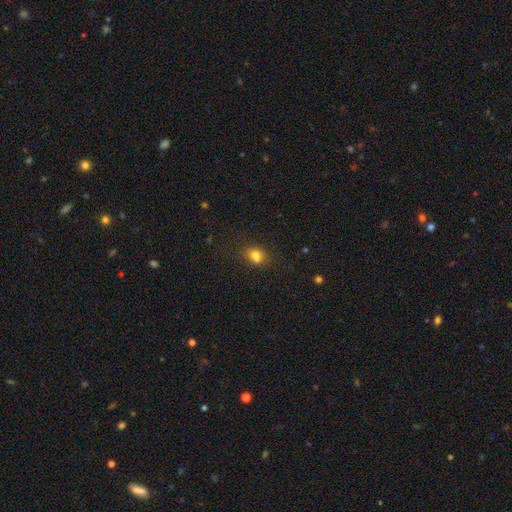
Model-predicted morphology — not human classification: This is likely a smooth galaxy (76%). How rounded: possibly round (53%). Merging: possibly none (58%).